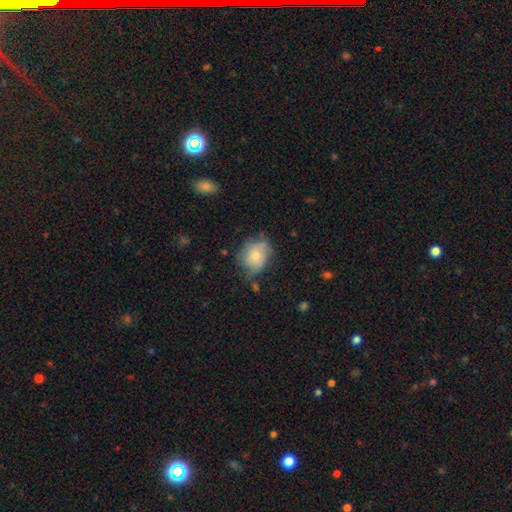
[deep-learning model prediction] This appears to be a smooth galaxy with no disk features (65%) that is round (53%). Merging: none (52%).